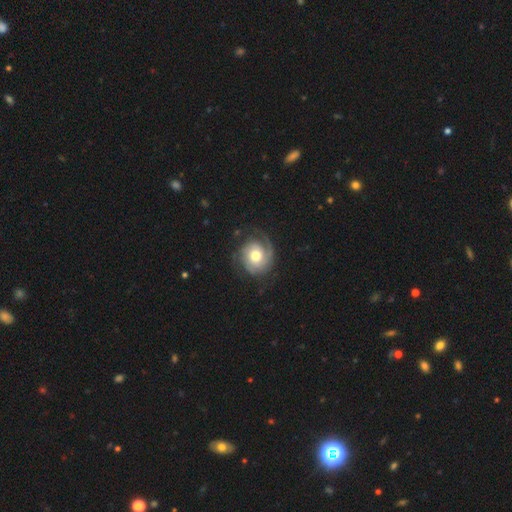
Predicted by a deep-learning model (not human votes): Smooth or featured: featured or disk — 76% (smooth — 18%)
Edge-on disk: no — 98% (yes — 2%)
Bar: no — 77% (weak — 19%)
Spiral arms: yes — 94% (no — 6%)
Spiral winding: tight — 59% (medium — 30%)
Spiral arm count: 2 — 45% (can't tell — 17%)
Bulge size: moderate — 69% (large — 18%)
Merging: none — 72% (minor disturbance — 16%)